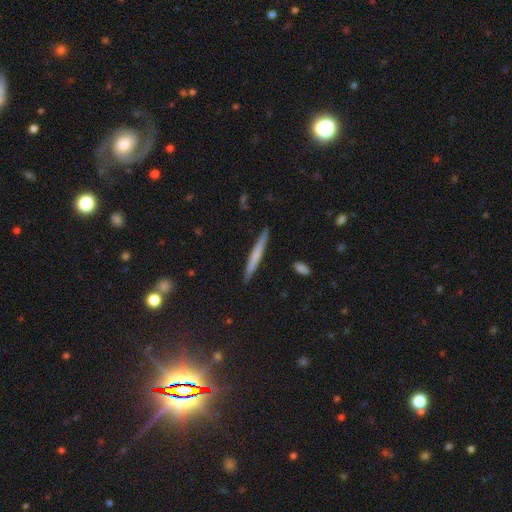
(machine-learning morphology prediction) This is possibly a smooth galaxy (54%). How rounded: clearly cigar-shaped (96%). Merging: clearly none (91%).